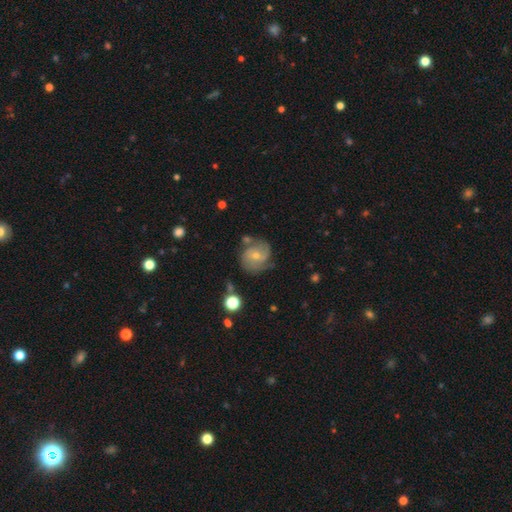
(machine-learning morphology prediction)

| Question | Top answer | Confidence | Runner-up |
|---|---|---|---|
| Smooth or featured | featured or disk | 66% | smooth (26%) |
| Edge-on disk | no | 97% | yes (3%) |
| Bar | no | 60% | weak (34%) |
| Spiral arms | yes | 89% | no (11%) |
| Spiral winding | medium | 43% | tight (38%) |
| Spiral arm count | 2 | 59% | can't tell (18%) |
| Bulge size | small | 52% | moderate (44%) |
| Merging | none | 62% | minor disturbance (22%) |